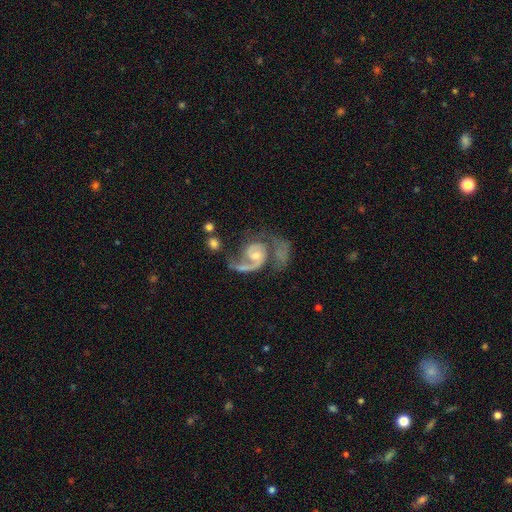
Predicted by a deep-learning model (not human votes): Q: Smooth or featured?
A: featured or disk (87%); runner-up: smooth (7%)
Q: Edge-on disk?
A: no (98%); runner-up: yes (2%)
Q: Bar?
A: no (62%); runner-up: weak (31%)
Q: Spiral arms?
A: yes (95%); runner-up: no (5%)
Q: Spiral winding?
A: medium (49%); runner-up: loose (28%)
Q: Spiral arm count?
A: 2 (64%); runner-up: 1 (27%)
Q: Bulge size?
A: small (46%); runner-up: moderate (45%)
Q: Merging?
A: none (36%); runner-up: major disturbance (30%)